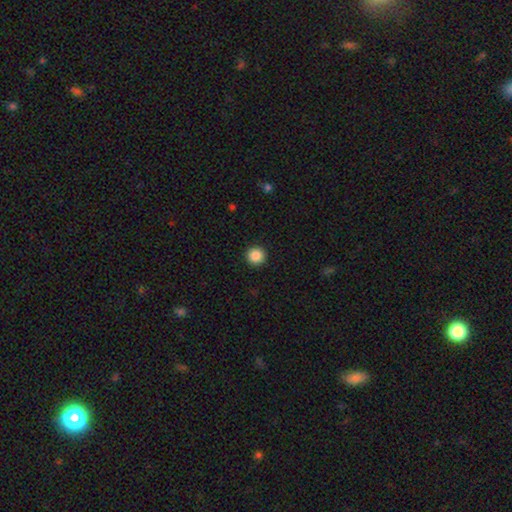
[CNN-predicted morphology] Smooth or featured? Predicted: smooth (p=0.88). How rounded? Predicted: round (p=0.96). Merging? Predicted: none (p=0.93).